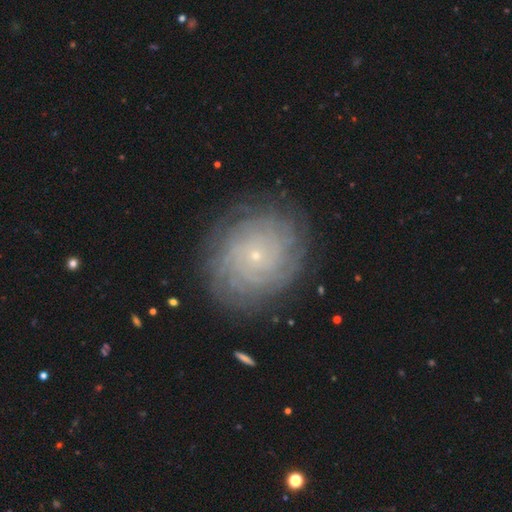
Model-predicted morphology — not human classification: smooth-or-featured: featured or disk: 77% | smooth: 15% | star or artifact: 9%
  disk-edge-on: no: 97% | yes: 3%
    bar: no: 86% | weak: 11% | strong: 3%
    has-spiral-arms: yes: 93% | no: 7%
      spiral-winding: tight: 83% | medium: 13% | loose: 4%
      spiral-arm-count: can't tell: 33% | more than 4: 27% | 4: 15% | 3: 9% | 2: 9% | 1: 7%
    bulge-size: small: 90% | moderate: 6% | none: 1% | large: 1% | dominant: 1%
  merging: none: 84% | minor disturbance: 11% | major disturbance: 4% | merger: 1%